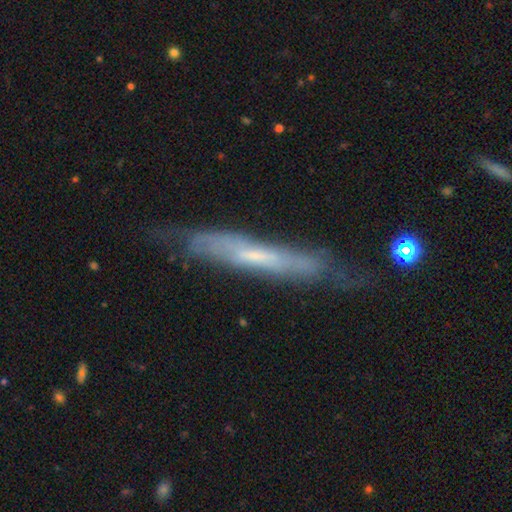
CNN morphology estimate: Smooth or featured? Predicted: featured or disk (p=0.64). Edge-on disk? Predicted: yes (p=0.69). Merging? Predicted: none (p=0.64).